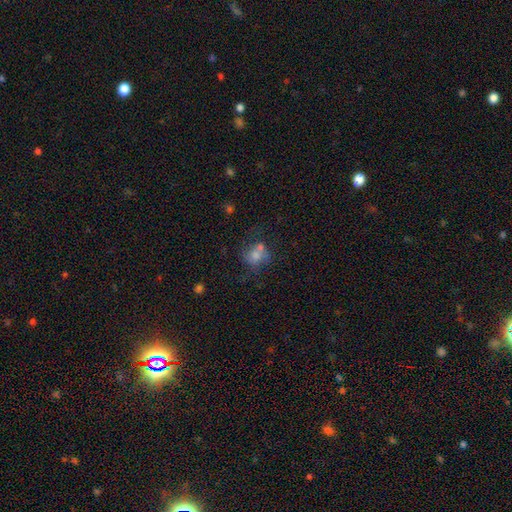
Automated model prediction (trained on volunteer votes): smooth 57%, featured or disk 26%, star or artifact 17%. Down the decision tree: how rounded — round (64%); merging — none (40%).